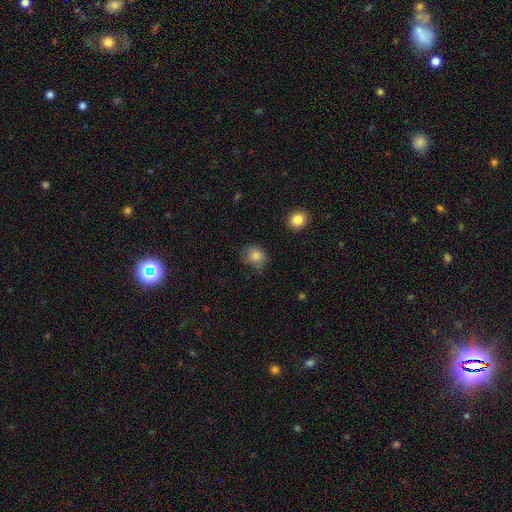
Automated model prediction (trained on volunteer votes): Smooth or featured? smooth (83%)
How rounded? round (68%)
Merging? none (70%)